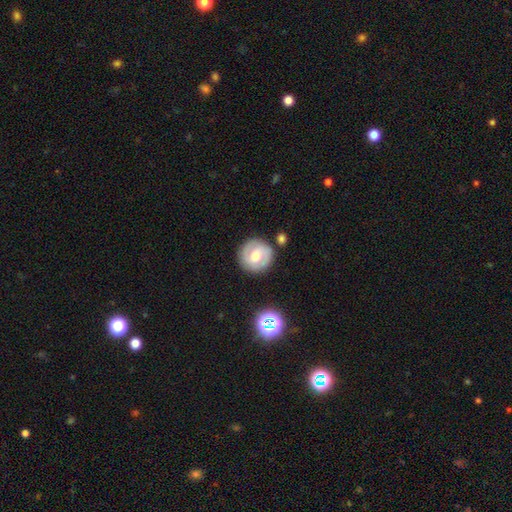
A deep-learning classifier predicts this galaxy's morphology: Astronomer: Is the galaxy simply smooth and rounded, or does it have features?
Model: featured or disk — 56% (runner-up: smooth, 37%).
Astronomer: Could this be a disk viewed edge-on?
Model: no — 97%.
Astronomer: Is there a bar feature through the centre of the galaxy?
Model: weak — 44% (runner-up: no, 41%).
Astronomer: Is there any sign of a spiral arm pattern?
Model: yes — 70%.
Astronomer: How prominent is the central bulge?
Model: moderate — 76%.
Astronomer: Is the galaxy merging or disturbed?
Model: none — 84%.